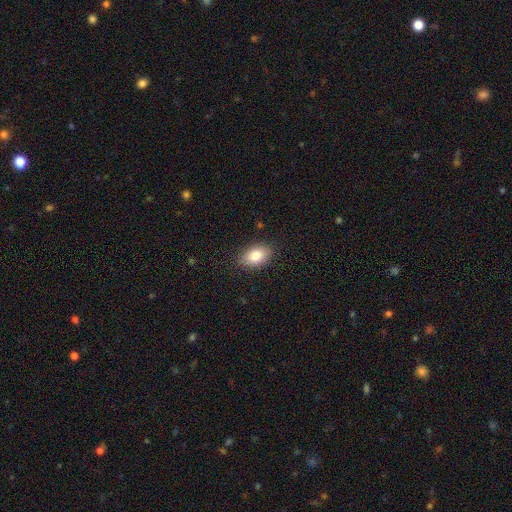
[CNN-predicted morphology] Smooth or featured?
  - smooth: 82% *
  - featured or disk: 10%
  - star or artifact: 8%
How rounded?
  - in between: 88% *
  - round: 11%
  - cigar-shaped: 2%
Merging?
  - none: 86% *
  - minor disturbance: 11%
  - major disturbance: 2%
  - merger: 1%